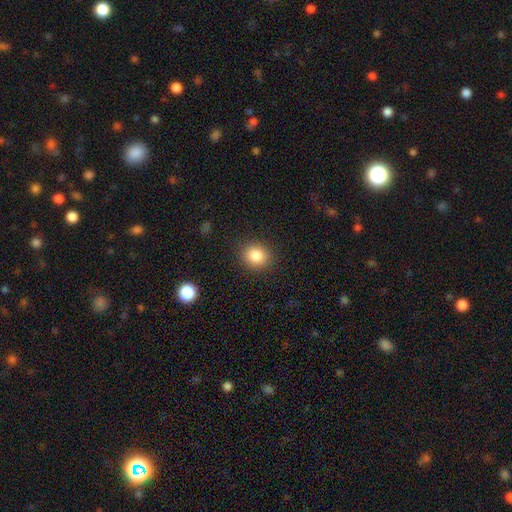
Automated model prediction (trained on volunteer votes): Q: Smooth or featured?
A: smooth (84%); runner-up: star or artifact (10%)
Q: How rounded?
A: round (76%); runner-up: in between (23%)
Q: Merging?
A: none (89%); runner-up: minor disturbance (7%)